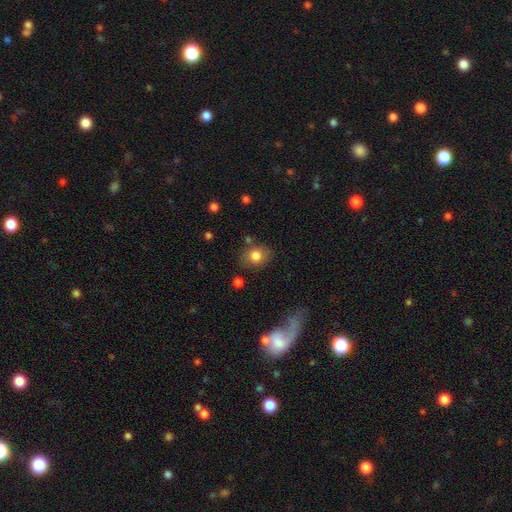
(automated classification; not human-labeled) Q: Smooth or featured?
A: smooth (81%); runner-up: star or artifact (10%)
Q: How rounded?
A: round (60%); runner-up: in between (39%)
Q: Merging?
A: none (76%); runner-up: minor disturbance (15%)